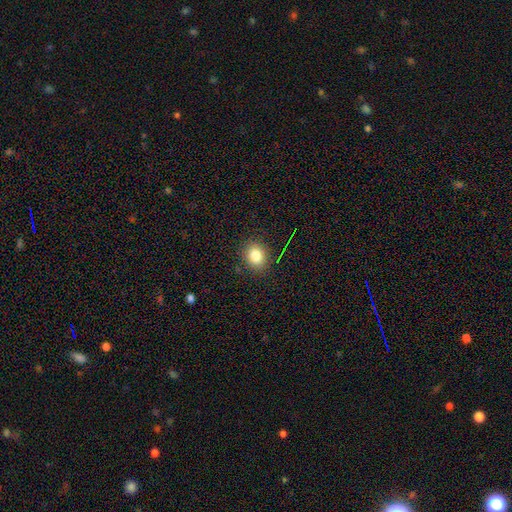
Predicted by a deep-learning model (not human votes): This appears to be a smooth galaxy with no disk features (80%) that is round (63%). Merging: none (87%).